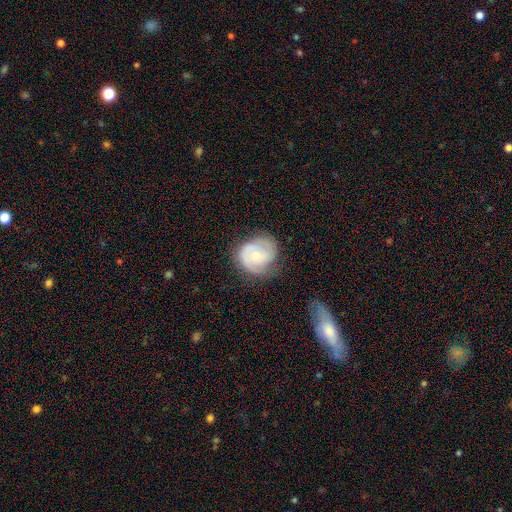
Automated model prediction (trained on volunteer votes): Smooth or featured: featured or disk — 67% (smooth — 27%)
Edge-on disk: no — 97% (yes — 3%)
Bar: no — 76% (weak — 20%)
Spiral arms: yes — 83% (no — 17%)
Spiral winding: tight — 60% (medium — 29%)
Spiral arm count: 2 — 43% (can't tell — 25%)
Bulge size: moderate — 61% (small — 35%)
Merging: none — 62% (minor disturbance — 26%)